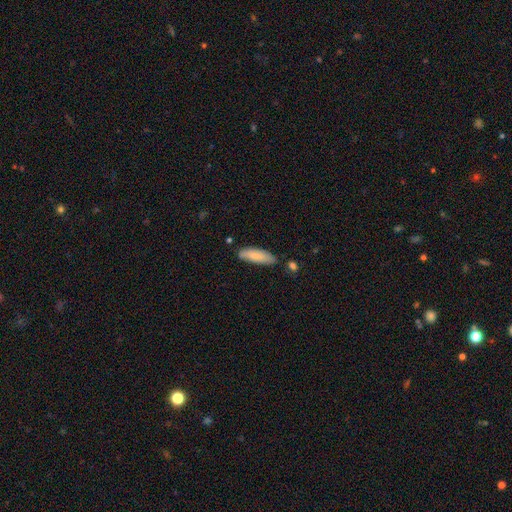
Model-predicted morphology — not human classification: smooth 81%, featured or disk 13%, star or artifact 6%. Down the decision tree: how rounded — in between (51%); merging — none (75%).